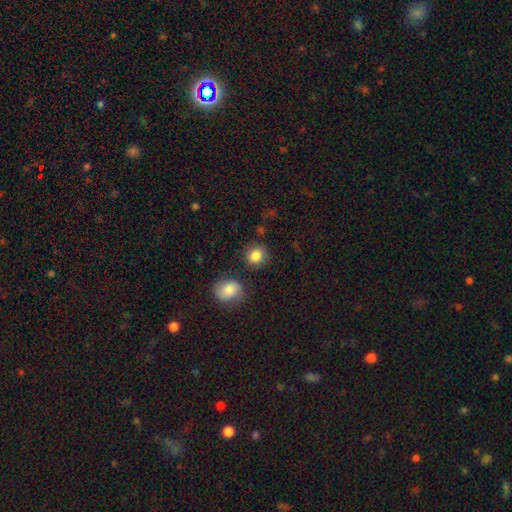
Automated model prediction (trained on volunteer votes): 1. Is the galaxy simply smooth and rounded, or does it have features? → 86% smooth, 9% star or artifact, 5% featured or disk.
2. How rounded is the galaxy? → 80% round, 19% in between, 1% cigar-shaped.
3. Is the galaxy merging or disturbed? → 81% none, 11% minor disturbance, 5% merger, 3% major disturbance.